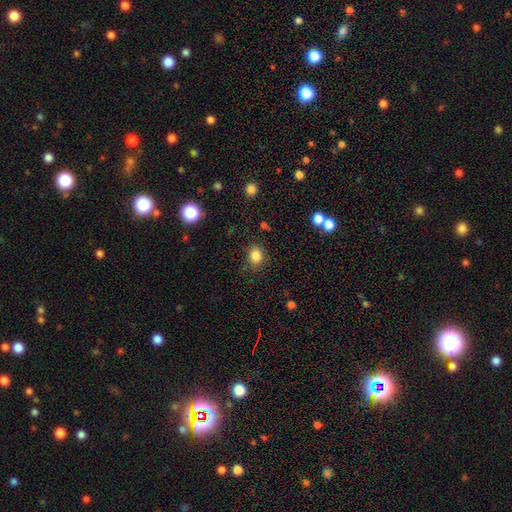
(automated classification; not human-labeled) Smooth or featured?
  - smooth: 83% *
  - star or artifact: 11%
  - featured or disk: 5%
How rounded?
  - round: 58% *
  - in between: 41%
  - cigar-shaped: 1%
Merging?
  - none: 83% *
  - minor disturbance: 12%
  - major disturbance: 3%
  - merger: 2%